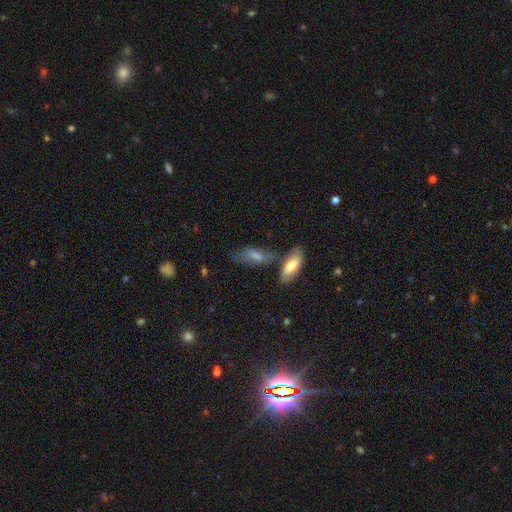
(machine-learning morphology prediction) A smooth galaxy with no disk features (70%) that is in between round and cigar-shaped (76%). Merging: none (47%).